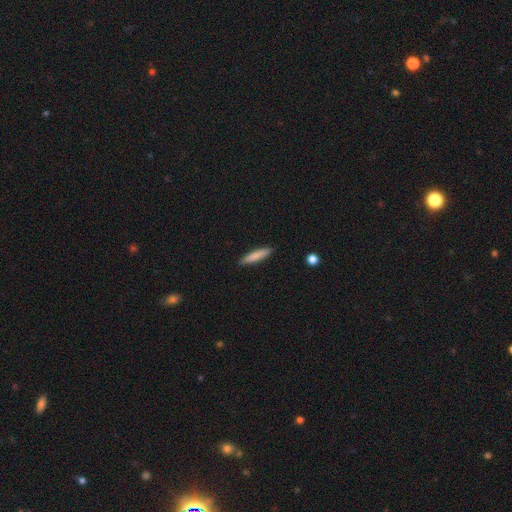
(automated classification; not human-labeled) This appears to be a smooth galaxy with no disk features (79%) that is cigar-shaped (88%). Merging: none (90%).